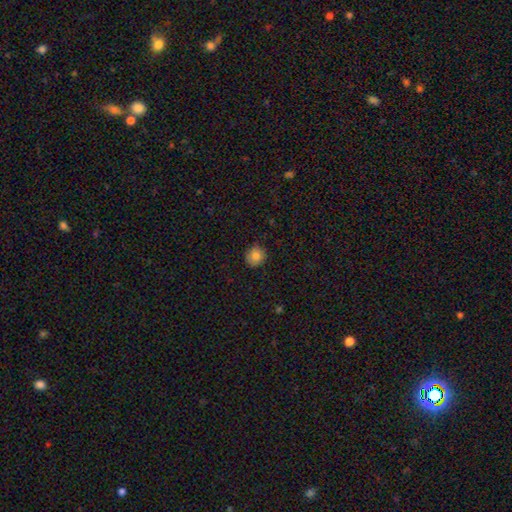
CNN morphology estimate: A smooth galaxy with no disk features (81%) that is round (84%).

Vote fractions:
- Smooth or featured? smooth: 81% / star or artifact: 10% / featured or disk: 9%
- How rounded? round: 84% / in between: 15% / cigar-shaped: 1%
- Merging? none: 84% / minor disturbance: 13% / major disturbance: 2% / merger: 1%